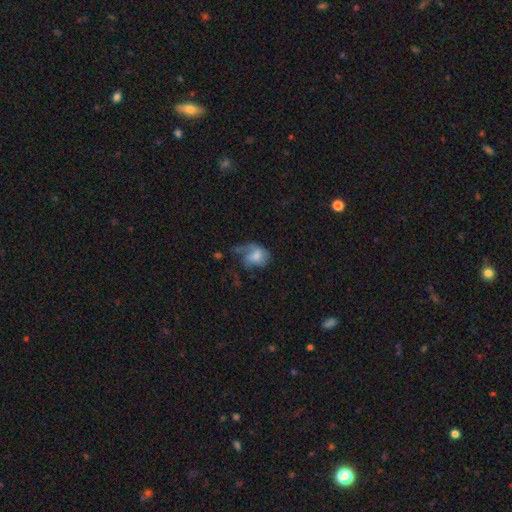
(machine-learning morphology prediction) Q: Smooth or featured?
A: smooth (53%); runner-up: featured or disk (38%)
Q: How rounded?
A: in between (65%); runner-up: round (33%)
Q: Merging?
A: major disturbance (41%); runner-up: minor disturbance (28%)